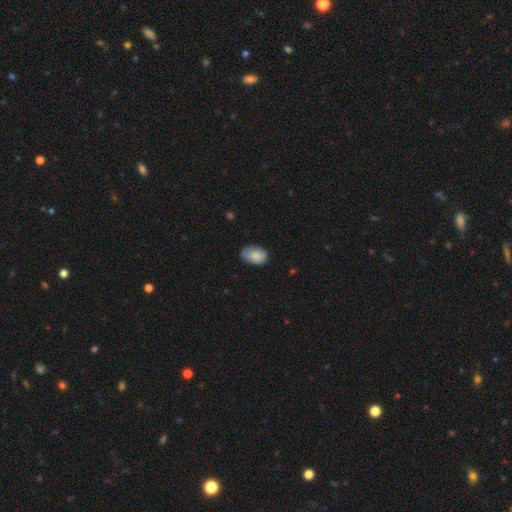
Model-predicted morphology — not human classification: Smooth or featured: smooth — 83% (featured or disk — 11%)
How rounded: in between — 88% (round — 10%)
Merging: none — 70% (minor disturbance — 24%)